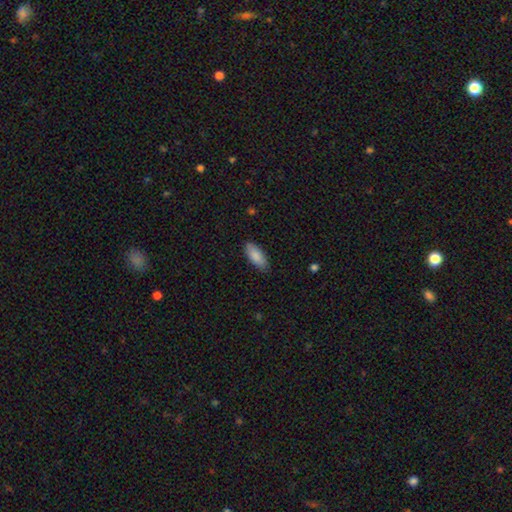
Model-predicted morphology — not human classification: Overall: smooth (88%). How rounded: in between (83%). Merging: none (85%).